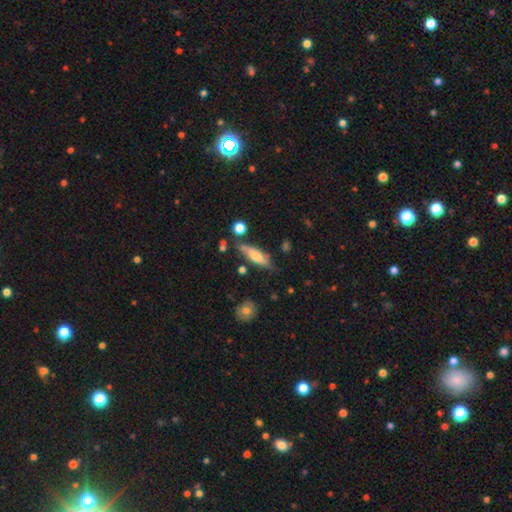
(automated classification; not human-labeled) smooth 61%, featured or disk 32%, star or artifact 7%. Down the decision tree: how rounded — cigar-shaped (56%); merging — none (67%).